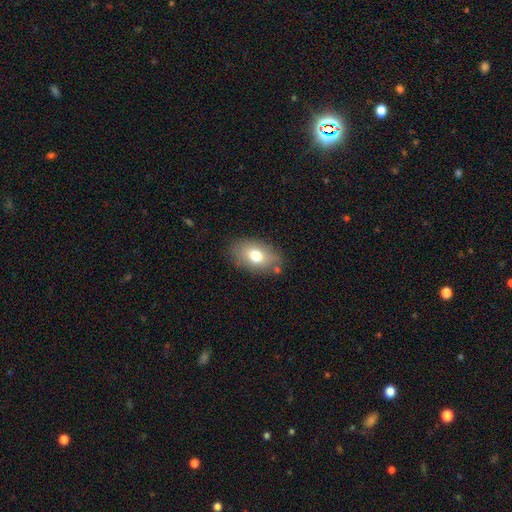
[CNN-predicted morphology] smooth_or_featured: smooth (p=0.73) [alt: featured or disk p=0.19]
how_rounded: in between (p=0.88) [alt: round p=0.10]
merging: none (p=0.79) [alt: minor disturbance p=0.14]